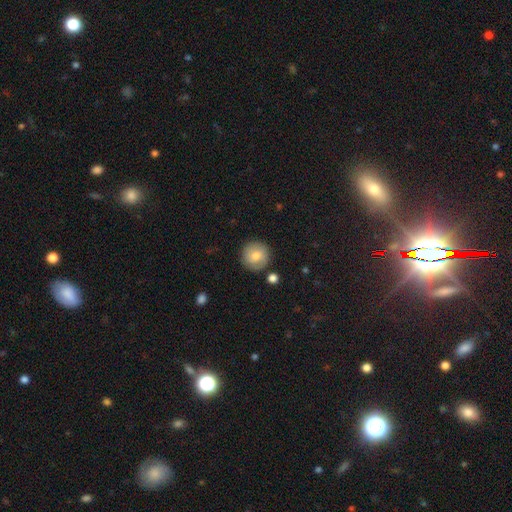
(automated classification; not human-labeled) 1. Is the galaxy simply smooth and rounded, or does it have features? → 76% smooth, 17% featured or disk, 8% star or artifact.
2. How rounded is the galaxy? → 94% round, 5% in between, 1% cigar-shaped.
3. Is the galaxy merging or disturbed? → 85% none, 9% minor disturbance, 3% merger, 2% major disturbance.